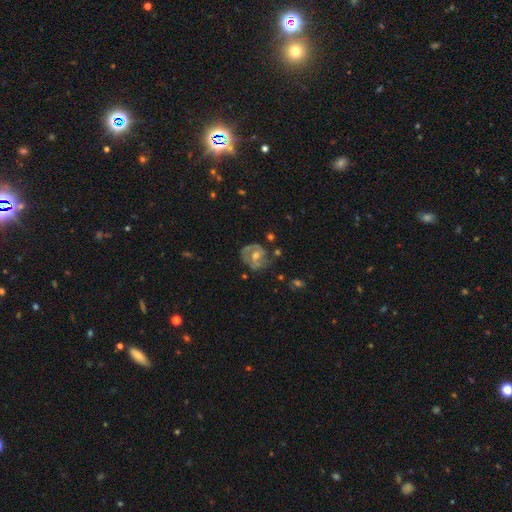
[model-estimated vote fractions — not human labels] A featured or disk galaxy (69%) with no bar (45%), spiral arms (73%) and a moderate central bulge (65%). Merging: none (67%).